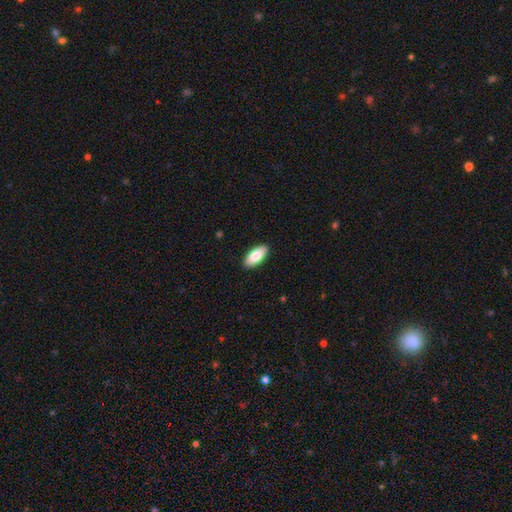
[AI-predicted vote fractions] Smooth or featured?
  - smooth: 84% *
  - featured or disk: 10%
  - star or artifact: 6%
How rounded?
  - in between: 87% *
  - cigar-shaped: 11%
  - round: 2%
Merging?
  - none: 90% *
  - minor disturbance: 7%
  - major disturbance: 2%
  - merger: 1%